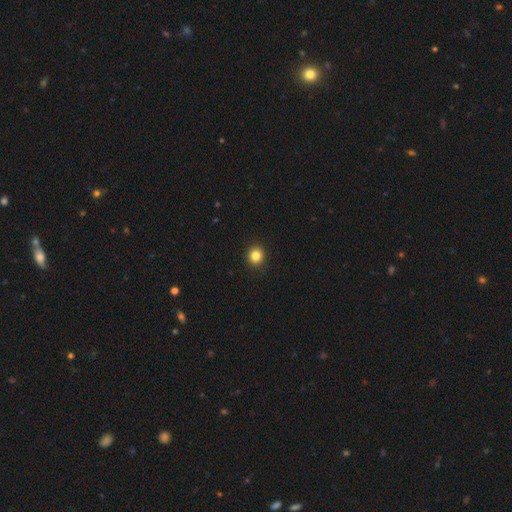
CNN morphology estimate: Q: Smooth or featured?
A: smooth (84%); runner-up: star or artifact (11%)
Q: How rounded?
A: round (87%); runner-up: in between (12%)
Q: Merging?
A: none (93%); runner-up: minor disturbance (5%)